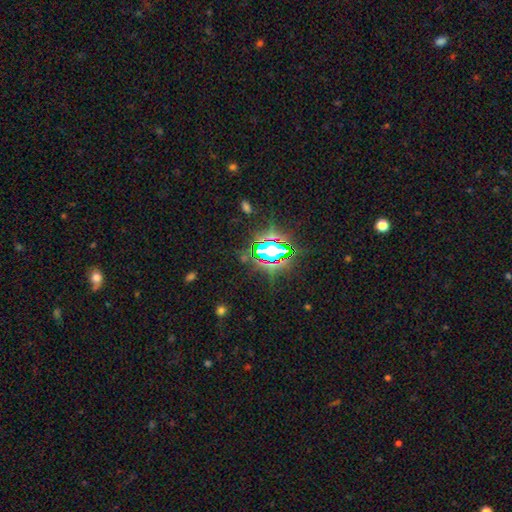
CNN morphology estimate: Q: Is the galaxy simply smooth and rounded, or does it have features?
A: star or artifact — 82%.